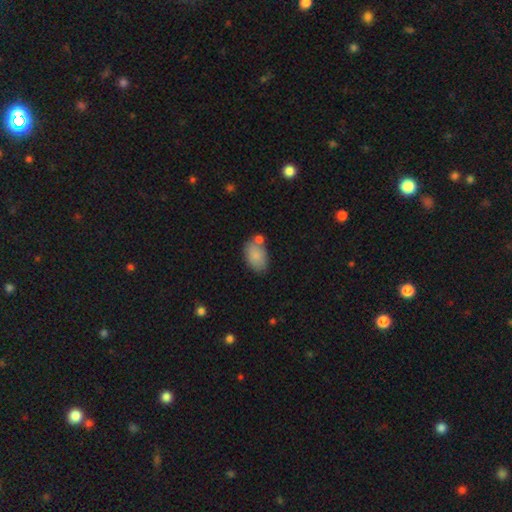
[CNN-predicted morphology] smooth 85%, featured or disk 8%, star or artifact 7%. Down the decision tree: how rounded — in between (91%); merging — none (60%).